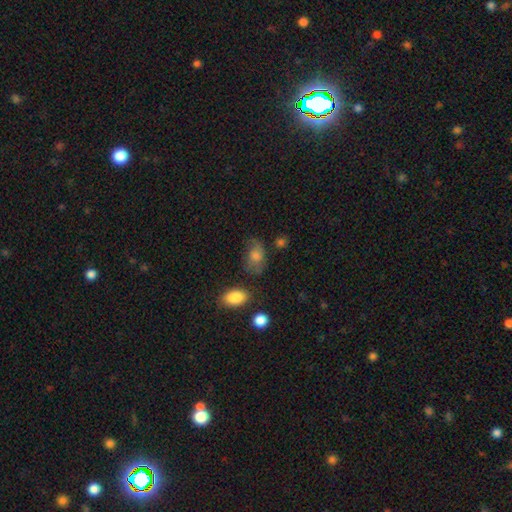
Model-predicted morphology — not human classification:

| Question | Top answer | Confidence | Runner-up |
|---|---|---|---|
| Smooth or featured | smooth | 69% | featured or disk (19%) |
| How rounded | in between | 81% | round (17%) |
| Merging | none | 56% | minor disturbance (28%) |